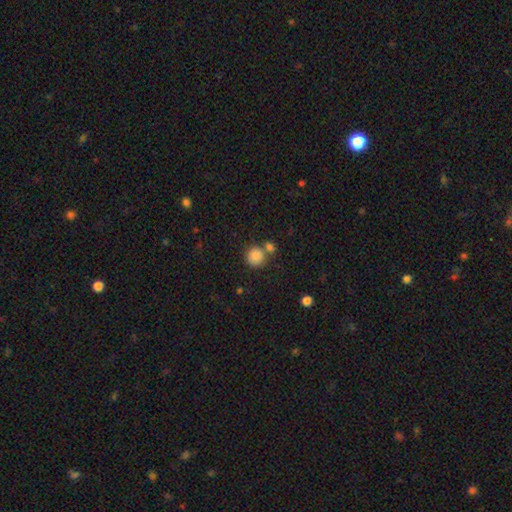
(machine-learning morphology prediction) smooth-or-featured: smooth: 85% | star or artifact: 10% | featured or disk: 5%
  how-rounded: round: 90% | in between: 9% | cigar-shaped: 1%
  merging: none: 62% | merger: 25% | minor disturbance: 9% | major disturbance: 3%